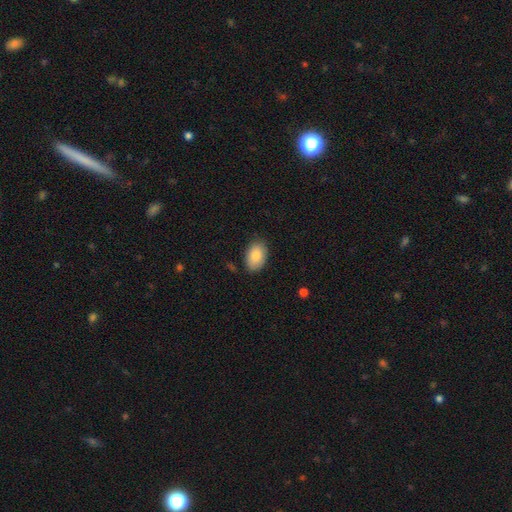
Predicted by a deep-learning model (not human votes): smooth 86%, featured or disk 8%, star or artifact 6%. Down the decision tree: how rounded — in between (90%); merging — none (82%).